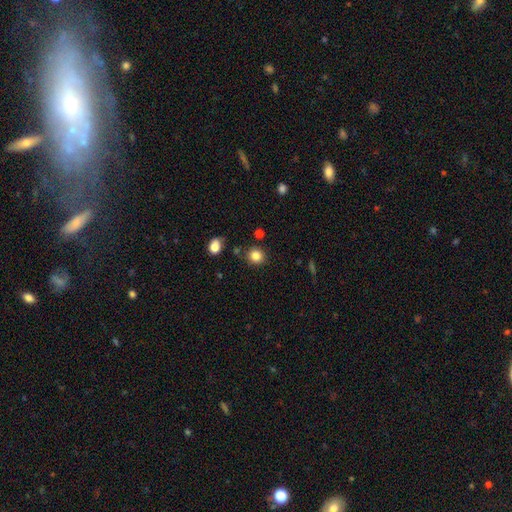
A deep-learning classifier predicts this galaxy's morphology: Smooth or featured: smooth — 84% (star or artifact — 11%)
How rounded: round — 86% (in between — 13%)
Merging: none — 85% (minor disturbance — 9%)